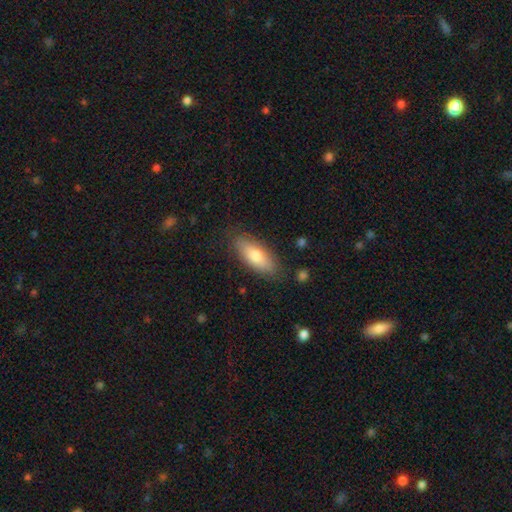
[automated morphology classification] type=smooth (74%); roundness=in between (72%); merging=none (84%).